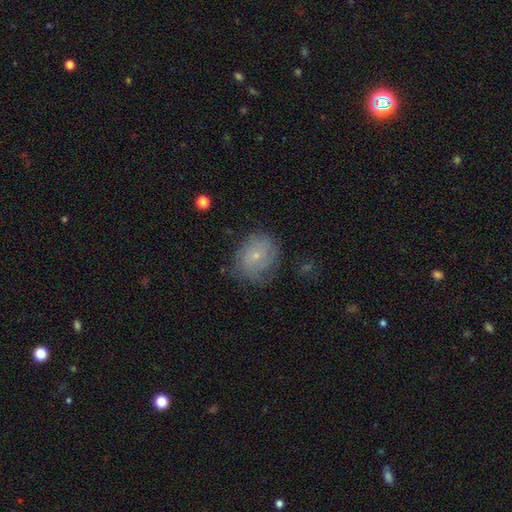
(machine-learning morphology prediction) A smooth galaxy with no disk features (57%) that is round (60%). Merging: none (61%).